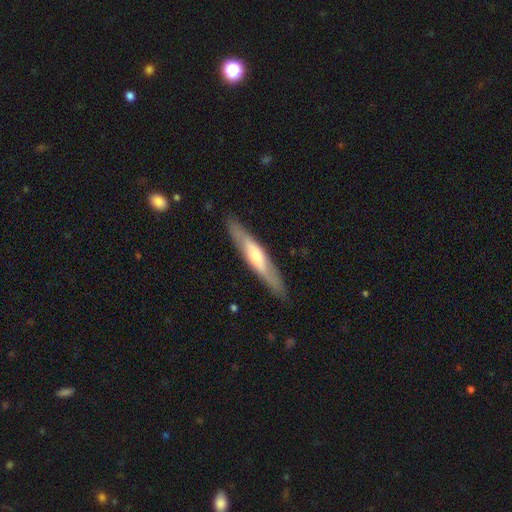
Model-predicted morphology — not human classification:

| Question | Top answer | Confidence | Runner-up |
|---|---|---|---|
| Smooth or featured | featured or disk | 54% | smooth (40%) |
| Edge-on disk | yes | 78% | no (22%) |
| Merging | none | 87% | minor disturbance (9%) |